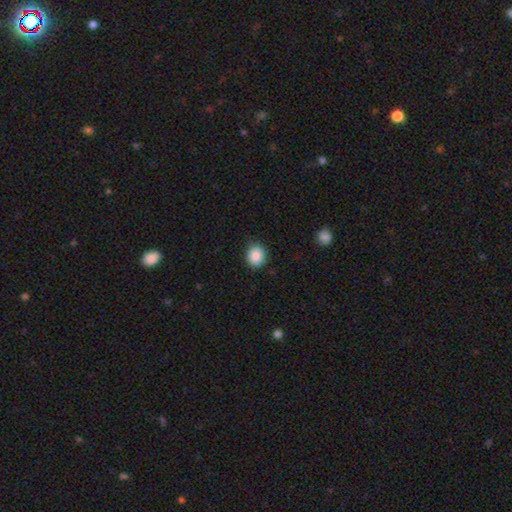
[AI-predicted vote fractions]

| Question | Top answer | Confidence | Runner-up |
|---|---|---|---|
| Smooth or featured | smooth | 88% | star or artifact (8%) |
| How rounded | round | 78% | in between (21%) |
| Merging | none | 85% | minor disturbance (11%) |